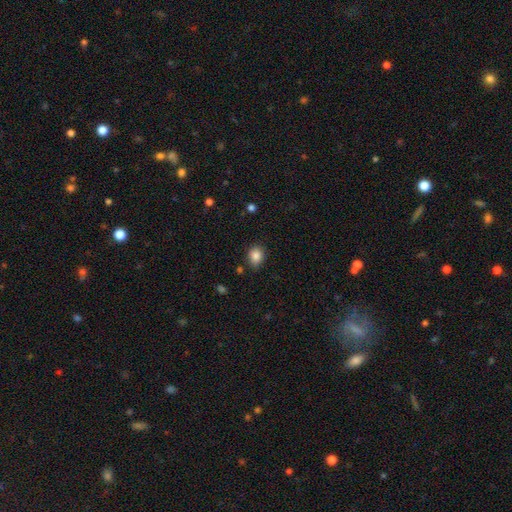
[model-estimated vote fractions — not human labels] Smooth or featured: smooth — 85% (star or artifact — 10%)
How rounded: round — 60% (in between — 39%)
Merging: none — 82% (minor disturbance — 14%)